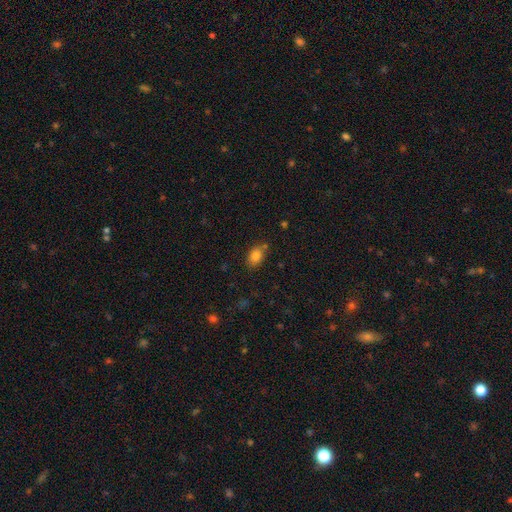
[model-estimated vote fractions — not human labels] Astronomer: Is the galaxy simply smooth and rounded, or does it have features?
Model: smooth — 83%.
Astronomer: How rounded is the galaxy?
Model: in between — 79%.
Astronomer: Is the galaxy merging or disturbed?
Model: none — 68%.